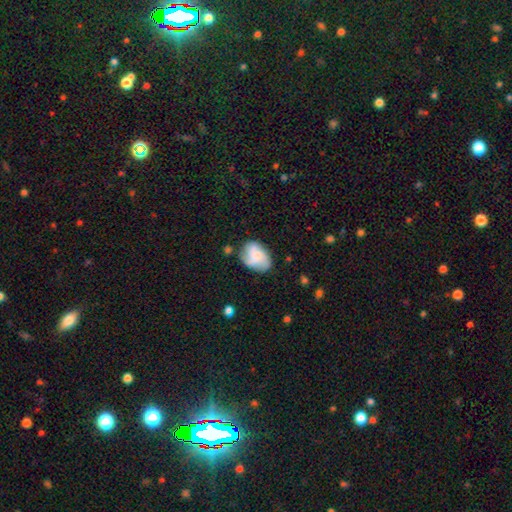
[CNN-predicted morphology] Overall: smooth (50%; featured or disk 42%). Merging: none (56%; minor disturbance 27%).